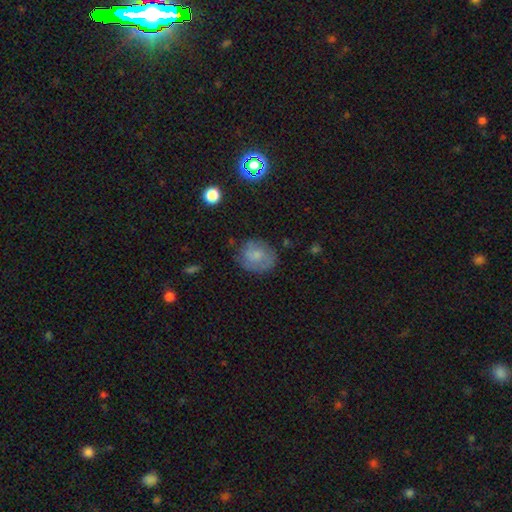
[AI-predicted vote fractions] The model was most divided on "smooth or featured": smooth: 64%, featured or disk: 26%, star or artifact: 10%. More confident: how rounded — round (68%); merging — none (68%).